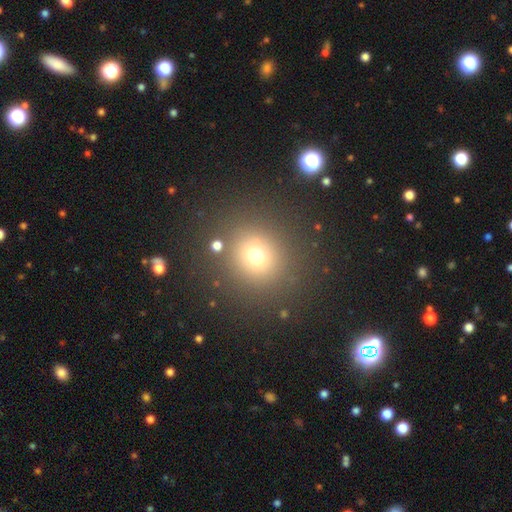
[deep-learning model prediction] The model was most divided on "smooth or featured": smooth: 69%, star or artifact: 21%, featured or disk: 10%. More confident: how rounded — round (88%); merging — none (84%).